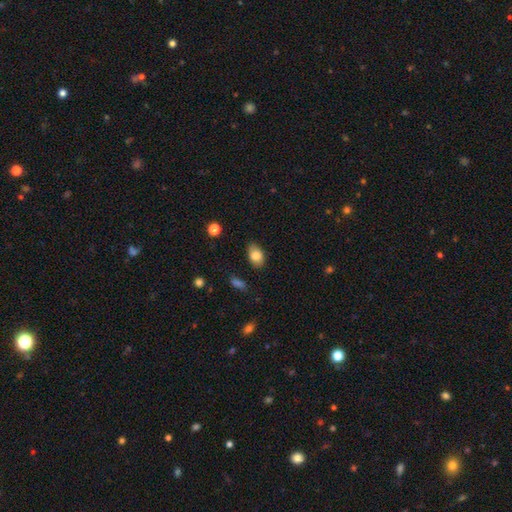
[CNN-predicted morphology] The model was most divided on "merging": none: 81%, minor disturbance: 14%, major disturbance: 3%, merger: 2%. More confident: how rounded — in between (86%); smooth or featured — smooth (83%).